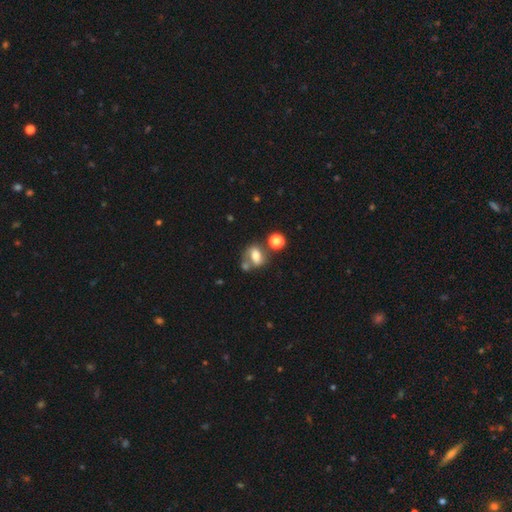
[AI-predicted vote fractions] A smooth galaxy with no disk features (57%) that is in between round and cigar-shaped (67%).

Vote fractions:
- Smooth or featured? smooth: 57% / featured or disk: 30% / star or artifact: 12%
- How rounded? in between: 67% / round: 30% / cigar-shaped: 3%
- Merging? none: 46% / merger: 26% / minor disturbance: 18% / major disturbance: 9%